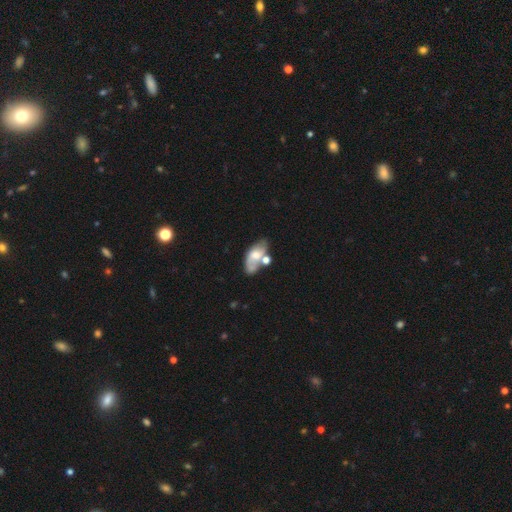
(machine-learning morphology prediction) This appears to be a smooth galaxy with no disk features (47%). Merging: none (37%).